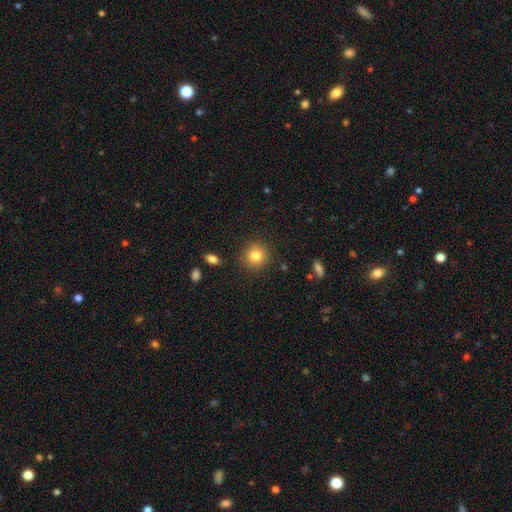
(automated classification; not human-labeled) smooth 82%, star or artifact 11%, featured or disk 7%. Down the decision tree: how rounded — round (91%); merging — none (89%).